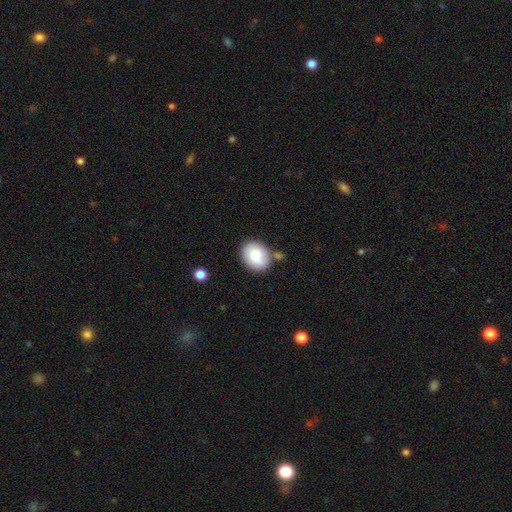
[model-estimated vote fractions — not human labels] Morphology: type=smooth (82%); roundness=in between (63%); merging=none (71%).